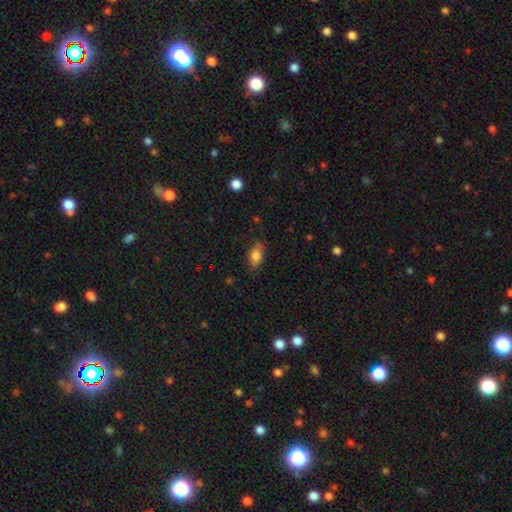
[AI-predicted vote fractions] This is likely a smooth galaxy (77%). How rounded: clearly in between (84%). Merging: likely none (78%).